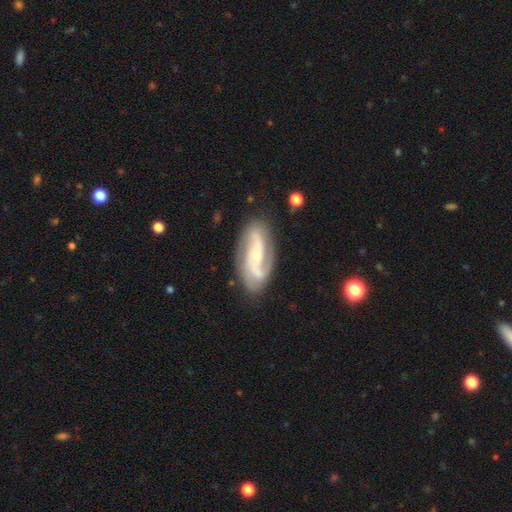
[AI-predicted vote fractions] This appears to be a featured or disk galaxy (85%) with no bar (50%), 2 (78%) medium (46%) spiral arms (96%) and a small central bulge (69%). Merging: none (79%).